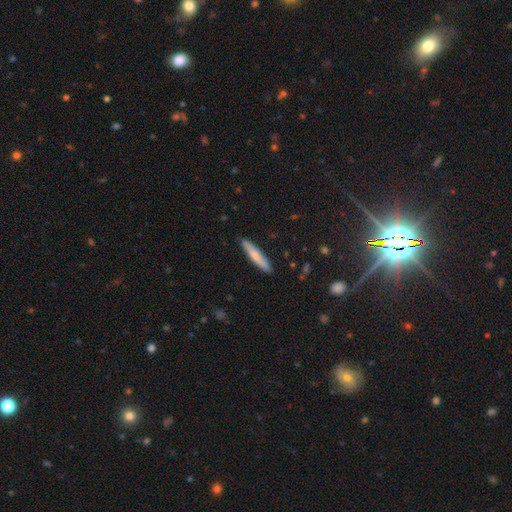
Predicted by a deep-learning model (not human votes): The model was most divided on "smooth or featured": smooth: 69%, featured or disk: 25%, star or artifact: 5%. More confident: how rounded — cigar-shaped (91%); merging — none (89%).